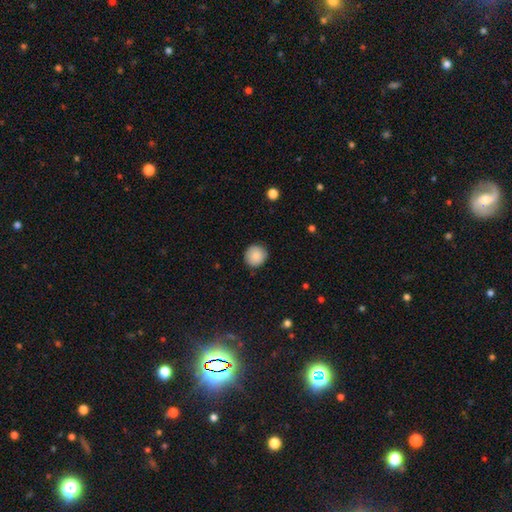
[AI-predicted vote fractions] smooth_or_featured: smooth (p=0.87) [alt: star or artifact p=0.08]
how_rounded: round (p=0.93) [alt: in between p=0.06]
merging: none (p=0.89) [alt: minor disturbance p=0.08]